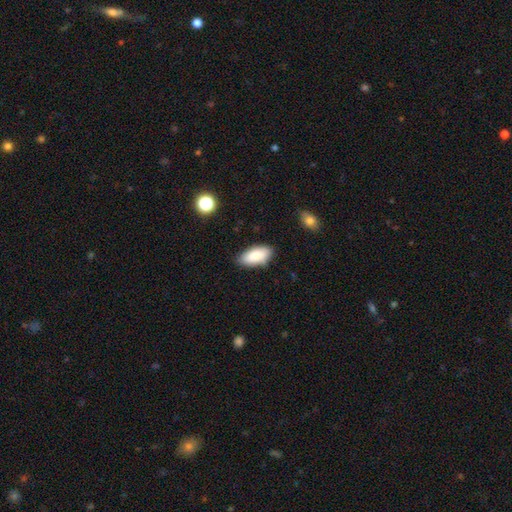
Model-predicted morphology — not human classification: This is clearly a smooth galaxy (87%). How rounded: clearly in between (91%). Merging: clearly none (81%).